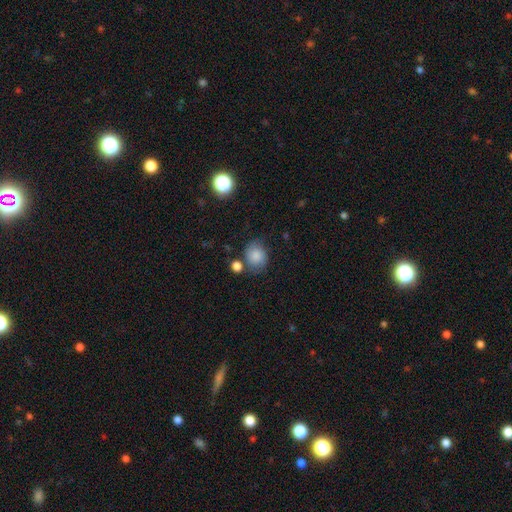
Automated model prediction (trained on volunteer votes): smooth-or-featured: smooth: 76% | featured or disk: 14% | star or artifact: 10%
  how-rounded: round: 64% | in between: 35% | cigar-shaped: 1%
  merging: none: 63% | minor disturbance: 21% | merger: 9% | major disturbance: 7%